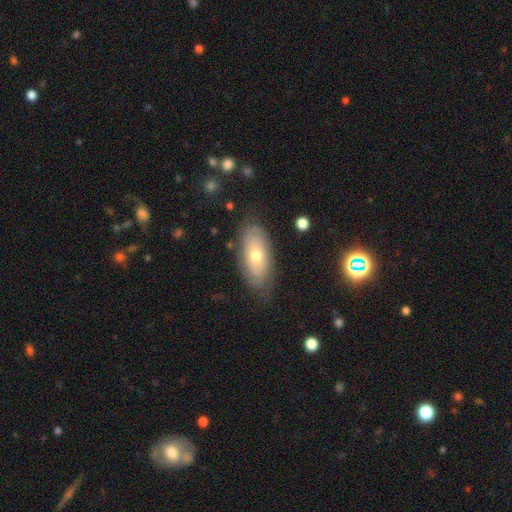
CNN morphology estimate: This appears to be a smooth galaxy with no disk features (48%). Merging: none (75%).